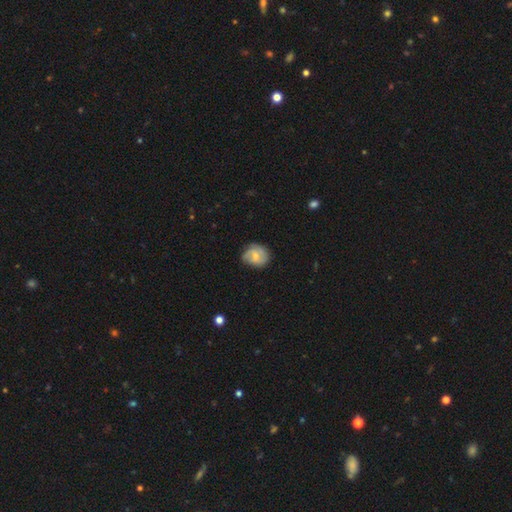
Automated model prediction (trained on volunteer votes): This appears to be a smooth galaxy with no disk features (52%) that is round (68%). Merging: none (62%).